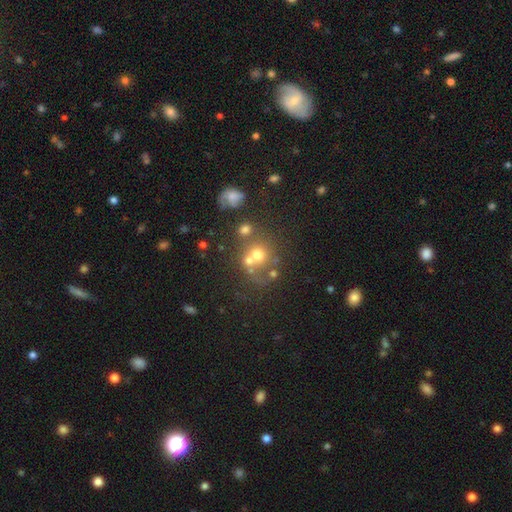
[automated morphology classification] A smooth galaxy with no disk features (57%) that is round (78%). Merging: none (42%).